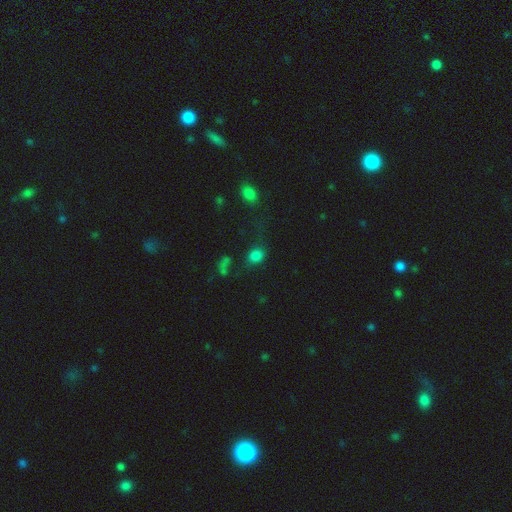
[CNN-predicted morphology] Smooth or featured? Predicted: smooth (p=0.76). How rounded? Predicted: round (p=0.53). Merging? Predicted: none (p=0.56).